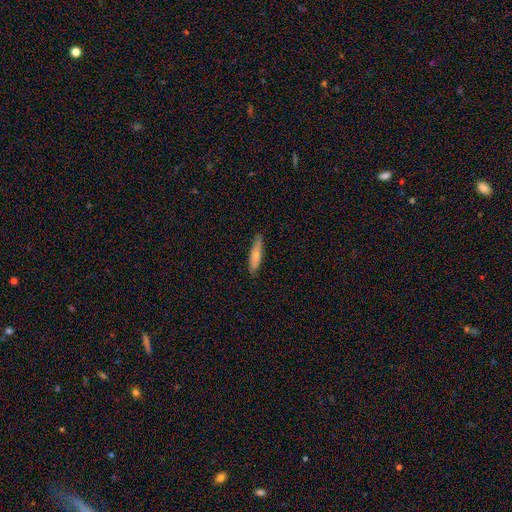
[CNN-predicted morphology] smooth-or-featured: smooth: 73% | featured or disk: 21% | star or artifact: 6%
  how-rounded: cigar-shaped: 77% | in between: 22% | round: 1%
  merging: none: 84% | minor disturbance: 13% | major disturbance: 2% | merger: 1%